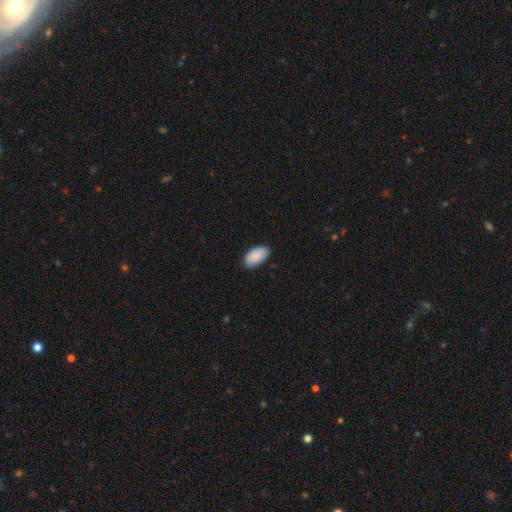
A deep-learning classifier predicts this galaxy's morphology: Smooth or featured? Predicted: smooth (p=0.90). How rounded? Predicted: in between (p=0.95). Merging? Predicted: none (p=0.85).